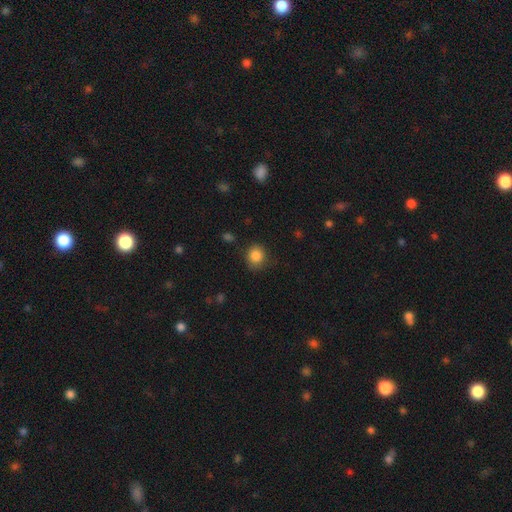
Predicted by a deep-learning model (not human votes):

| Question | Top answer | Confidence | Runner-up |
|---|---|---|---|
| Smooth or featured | smooth | 85% | star or artifact (10%) |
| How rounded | round | 81% | in between (18%) |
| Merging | none | 80% | minor disturbance (15%) |